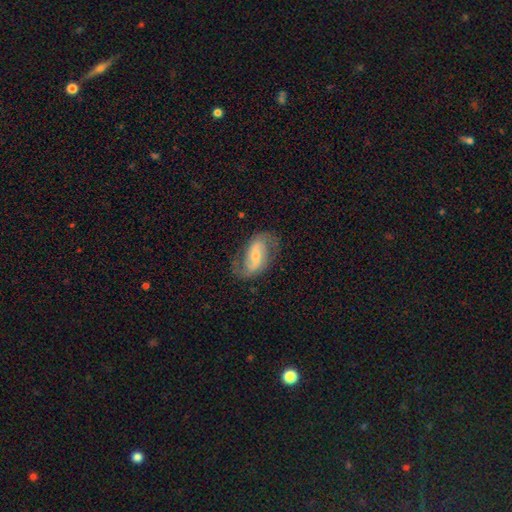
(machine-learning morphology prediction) smooth_or_featured: featured or disk (p=0.78) [alt: smooth p=0.16]
disk_edge_on: no (p=0.96) [alt: yes p=0.04]
bar: weak (p=0.47) [alt: strong p=0.28]
has_spiral_arms: yes (p=0.93) [alt: no p=0.07]
spiral_winding: medium (p=0.44) [alt: loose p=0.39]
spiral_arm_count: 2 (p=0.87) [alt: can't tell p=0.06]
bulge_size: small (p=0.54) [alt: moderate p=0.35]
merging: none (p=0.71) [alt: minor disturbance p=0.18]